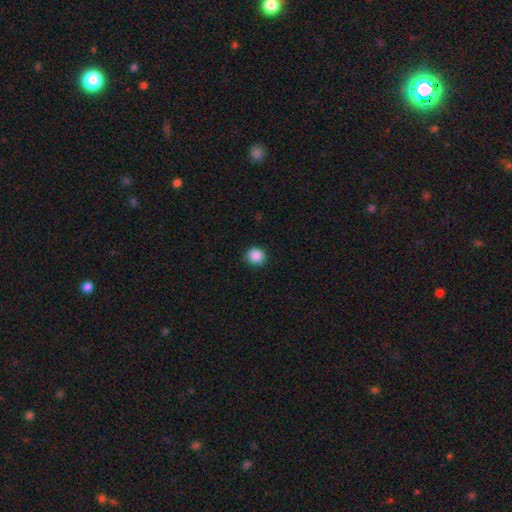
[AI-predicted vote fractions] Q: Smooth or featured?
A: smooth (88%); runner-up: star or artifact (9%)
Q: How rounded?
A: round (90%); runner-up: in between (10%)
Q: Merging?
A: none (89%); runner-up: minor disturbance (8%)